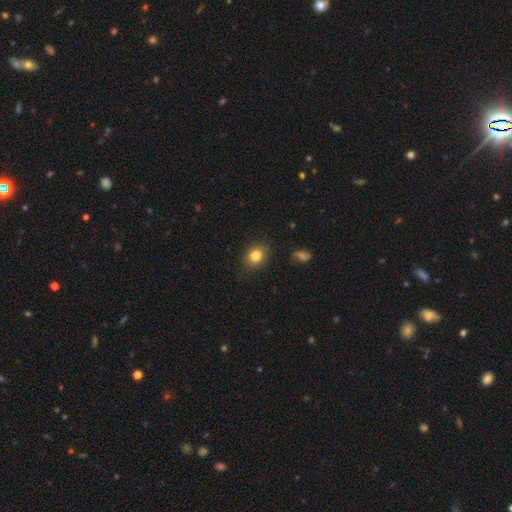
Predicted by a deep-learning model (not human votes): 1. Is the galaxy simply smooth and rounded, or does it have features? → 82% smooth, 11% star or artifact, 7% featured or disk.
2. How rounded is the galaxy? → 64% round, 35% in between, 1% cigar-shaped.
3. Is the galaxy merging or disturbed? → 84% none, 12% minor disturbance, 3% major disturbance, 1% merger.